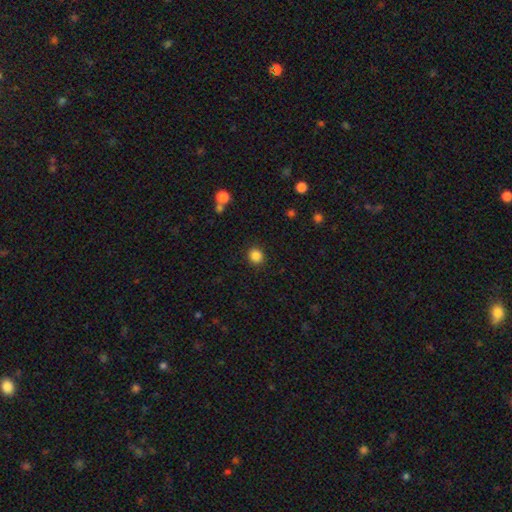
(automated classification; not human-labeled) A smooth galaxy with no disk features (86%) that is round (83%).

Vote fractions:
- Smooth or featured? smooth: 86% / star or artifact: 11% / featured or disk: 3%
- How rounded? round: 83% / in between: 16% / cigar-shaped: 1%
- Merging? none: 91% / minor disturbance: 6% / major disturbance: 2% / merger: 1%